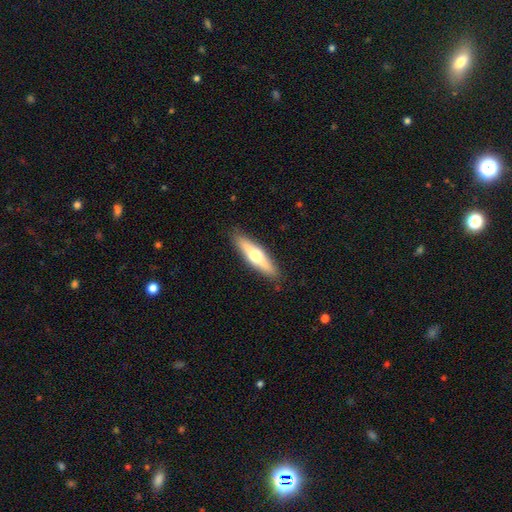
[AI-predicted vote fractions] Smooth or featured? Predicted: featured or disk (p=0.50). Merging? Predicted: none (p=0.89).